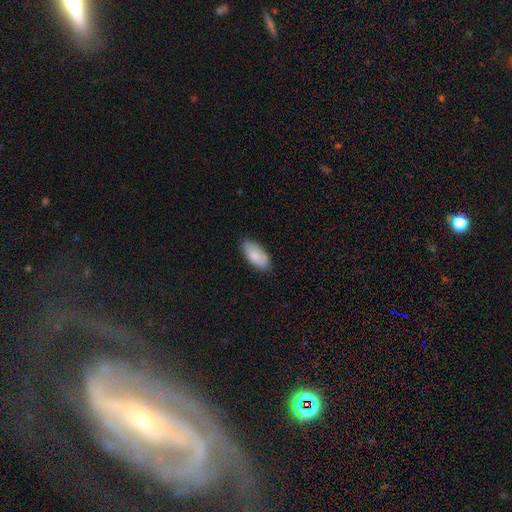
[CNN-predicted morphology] smooth_or_featured: smooth (p=0.84) [alt: featured or disk p=0.10]
how_rounded: in between (p=0.92) [alt: cigar-shaped p=0.06]
merging: none (p=0.80) [alt: minor disturbance p=0.16]